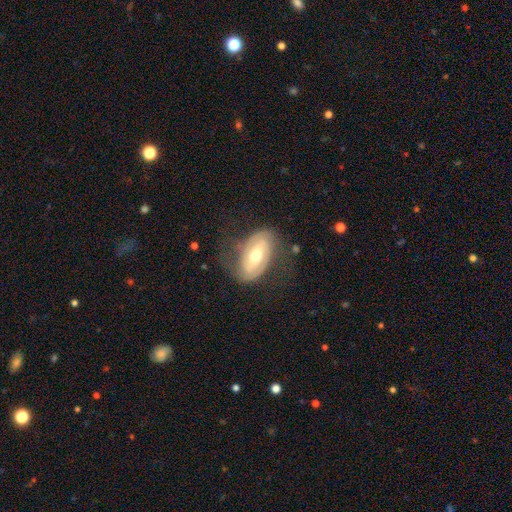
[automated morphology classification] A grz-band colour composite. It shows a featured or disk galaxy (67%) with a weak bar (35%), spiral arms (74%) and a moderate central bulge (70%). Merging: none (61%).